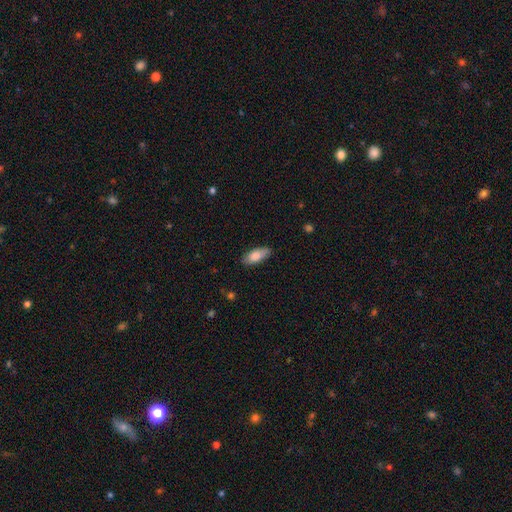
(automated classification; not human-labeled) The model was most divided on "merging": none: 82%, minor disturbance: 14%, major disturbance: 3%, merger: 1%. More confident: how rounded — in between (83%); smooth or featured — smooth (83%).